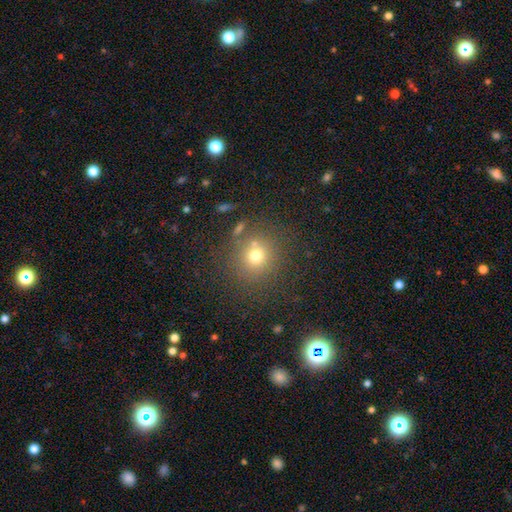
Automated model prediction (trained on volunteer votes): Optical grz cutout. It shows a smooth galaxy with no disk features (71%) that is round (89%). Merging: none (77%).